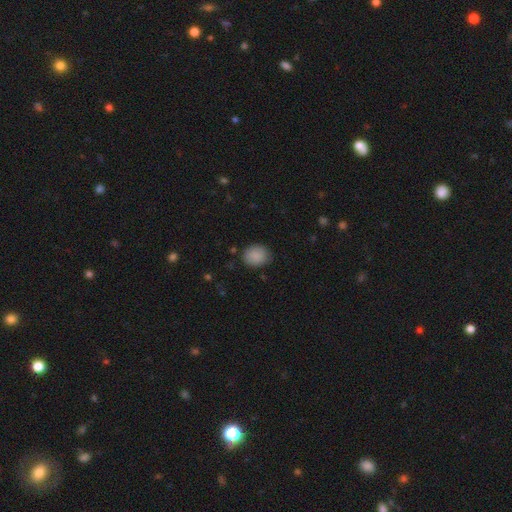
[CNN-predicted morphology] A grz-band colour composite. It shows a smooth galaxy with no disk features (88%) that is round (65%). Merging: none (83%).